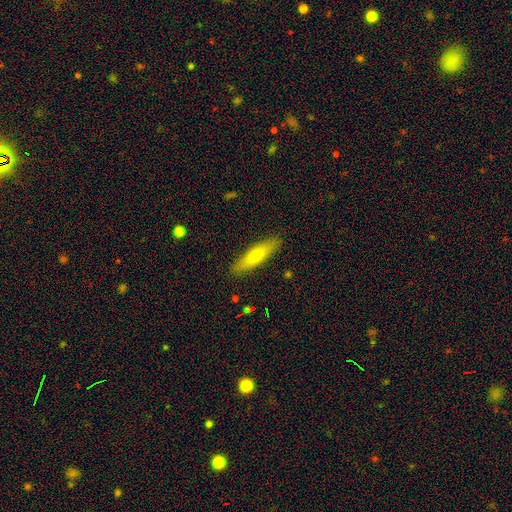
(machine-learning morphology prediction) A smooth galaxy with no disk features (62%) that is cigar-shaped (74%). Merging: none (89%).